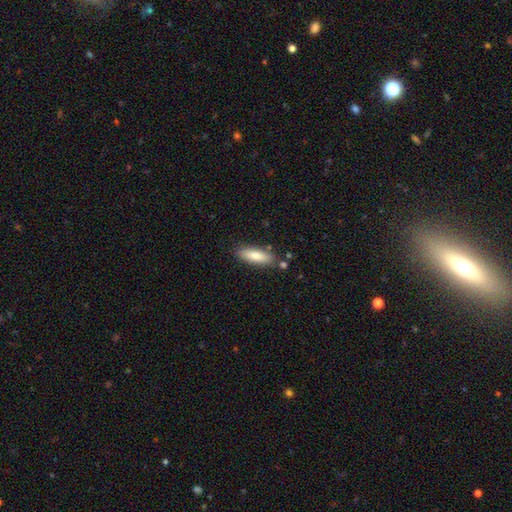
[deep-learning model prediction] Smooth or featured?
  - smooth: 79% *
  - featured or disk: 15%
  - star or artifact: 6%
How rounded?
  - in between: 53% *
  - cigar-shaped: 46%
  - round: 2%
Merging?
  - none: 82% *
  - minor disturbance: 12%
  - merger: 4%
  - major disturbance: 2%